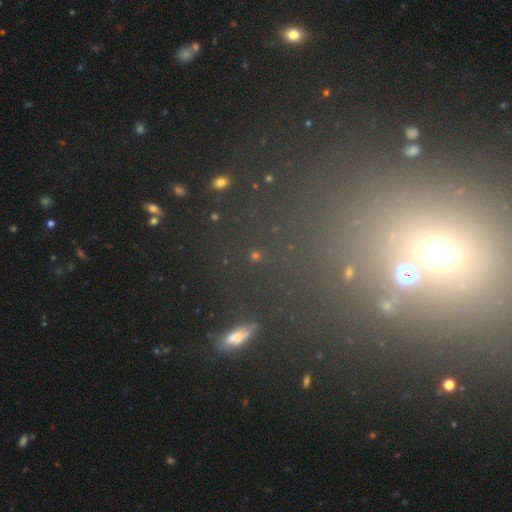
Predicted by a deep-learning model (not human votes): star or artifact 50%, smooth 35%, featured or disk 15%.